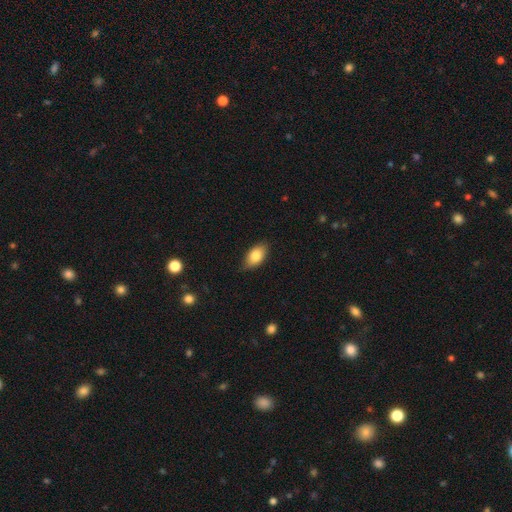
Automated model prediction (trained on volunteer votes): This is clearly a smooth galaxy (82%). How rounded: clearly in between (92%). Merging: clearly none (82%).